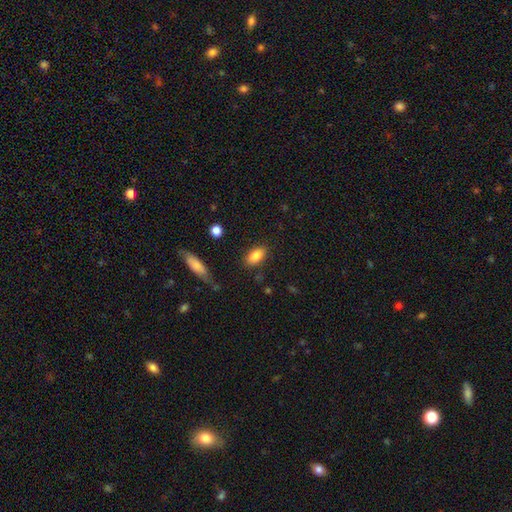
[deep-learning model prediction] The model was most divided on "merging": none: 82%, minor disturbance: 12%, major disturbance: 3%, merger: 2%. More confident: how rounded — in between (90%); smooth or featured — smooth (85%).